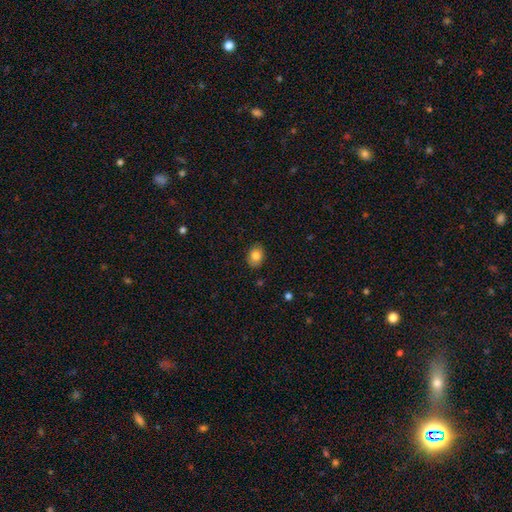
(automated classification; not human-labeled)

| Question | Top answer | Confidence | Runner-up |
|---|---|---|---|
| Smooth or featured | smooth | 81% | featured or disk (10%) |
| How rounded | in between | 71% | round (28%) |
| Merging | none | 86% | minor disturbance (11%) |